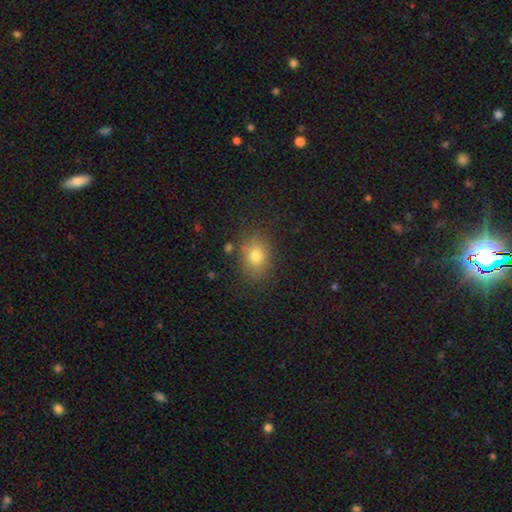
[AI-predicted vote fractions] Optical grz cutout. It shows a smooth galaxy with no disk features (77%) that is in between round and cigar-shaped (57%). Merging: none (80%).